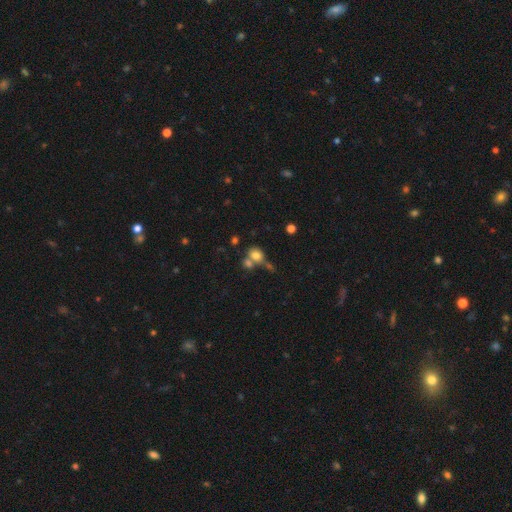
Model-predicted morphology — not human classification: A smooth galaxy with no disk features (75%) that is round (57%). Merging: merger (42%).